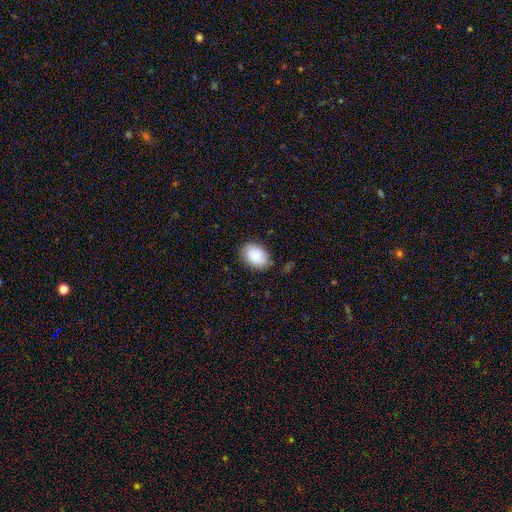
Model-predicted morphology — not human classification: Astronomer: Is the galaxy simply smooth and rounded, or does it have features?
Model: smooth — 85%.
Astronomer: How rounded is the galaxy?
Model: in between — 81%.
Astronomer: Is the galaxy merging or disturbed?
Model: none — 82%.